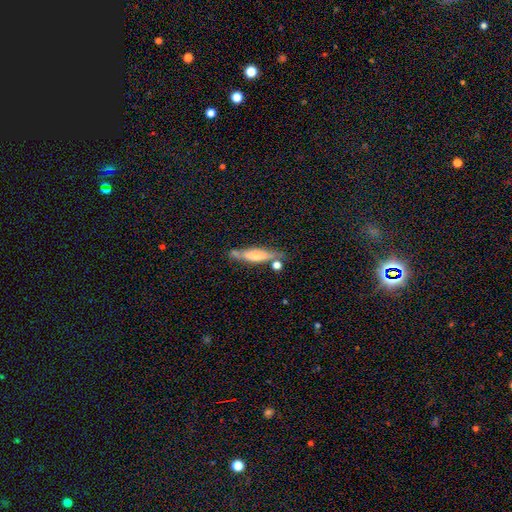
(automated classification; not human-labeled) This is possibly a smooth galaxy (54%). How rounded: likely cigar-shaped (77%). Merging: likely none (63%).